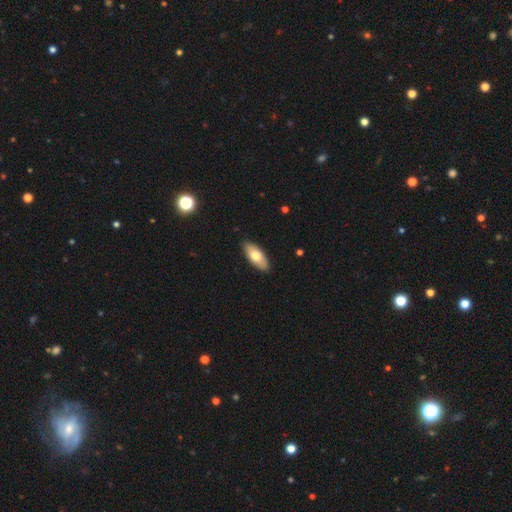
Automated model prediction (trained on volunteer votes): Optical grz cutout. It shows a smooth galaxy with no disk features (71%) that is in between round and cigar-shaped (83%). Merging: none (89%).